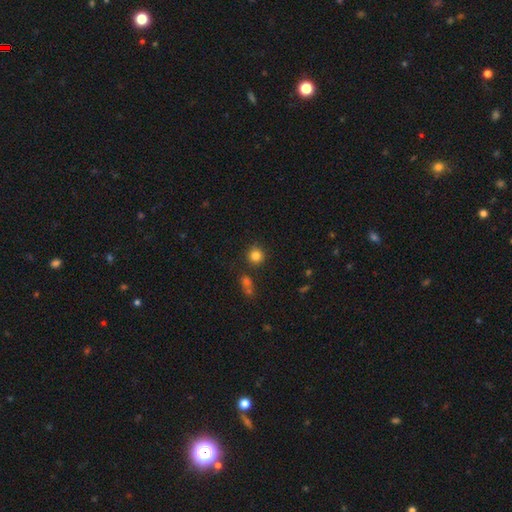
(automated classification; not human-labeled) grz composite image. It shows a smooth galaxy with no disk features (82%) that is round (92%). Merging: none (81%).